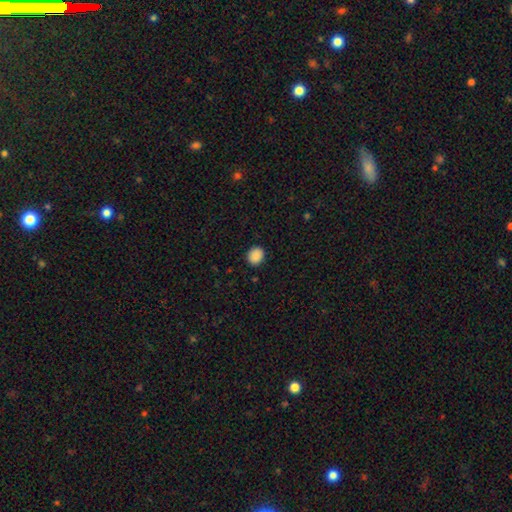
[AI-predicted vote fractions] The model was most divided on "how rounded": round: 67%, in between: 32%, cigar-shaped: 1%. More confident: merging — none (90%); smooth or featured — smooth (89%).